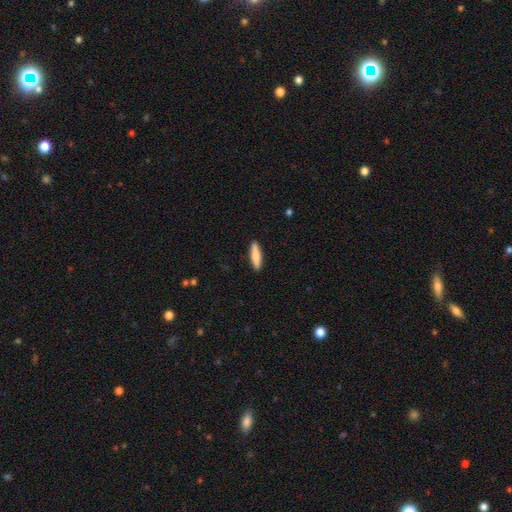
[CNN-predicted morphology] Overall: smooth (80%). How rounded: cigar-shaped (74%). Merging: none (90%).